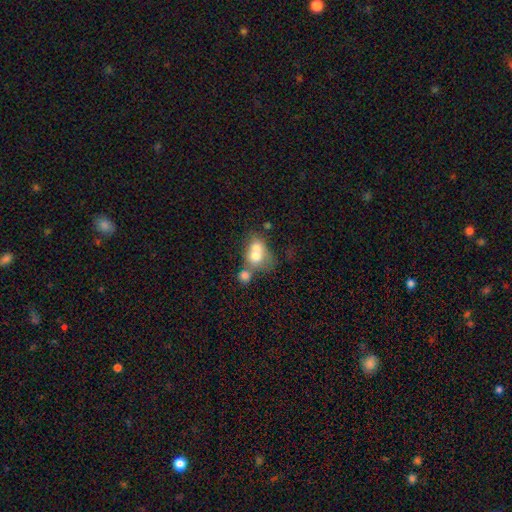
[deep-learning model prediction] Smooth or featured?
  - smooth: 65% *
  - featured or disk: 24%
  - star or artifact: 11%
How rounded?
  - round: 50% *
  - in between: 49%
  - cigar-shaped: 1%
Merging?
  - merger: 67% *
  - none: 19%
  - minor disturbance: 8%
  - major disturbance: 6%